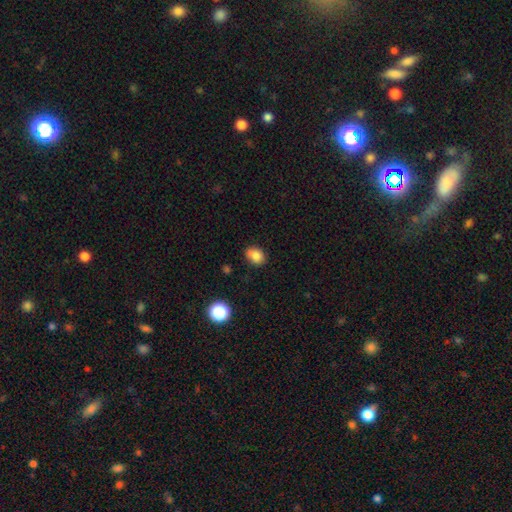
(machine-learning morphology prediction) type=smooth (83%); roundness=in between (57%); merging=none (76%).